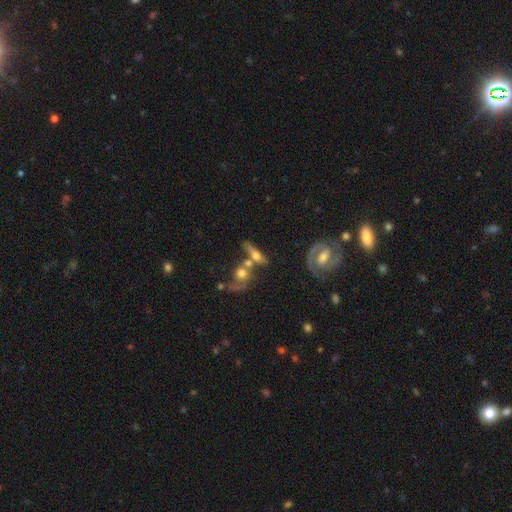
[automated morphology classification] A featured or disk galaxy (56%) viewed edge-on (64%).

Vote fractions:
- Smooth or featured? featured or disk: 56% / smooth: 36% / star or artifact: 8%
- Edge-on disk? yes: 64% / no: 36%
- Merging? none: 46% / merger: 32% / minor disturbance: 14% / major disturbance: 8%